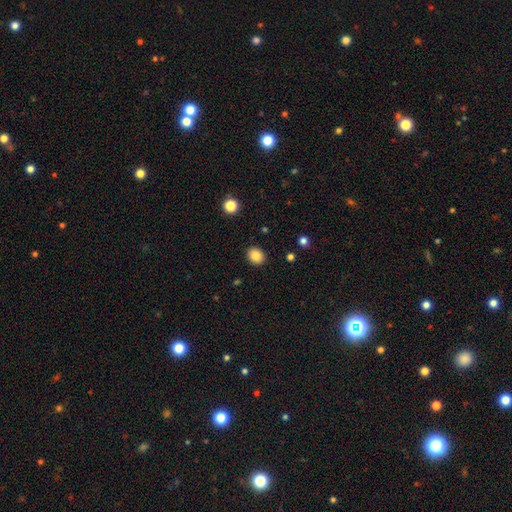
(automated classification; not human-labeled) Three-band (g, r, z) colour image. It shows a smooth galaxy with no disk features (86%) that is round (64%). Merging: none (90%).